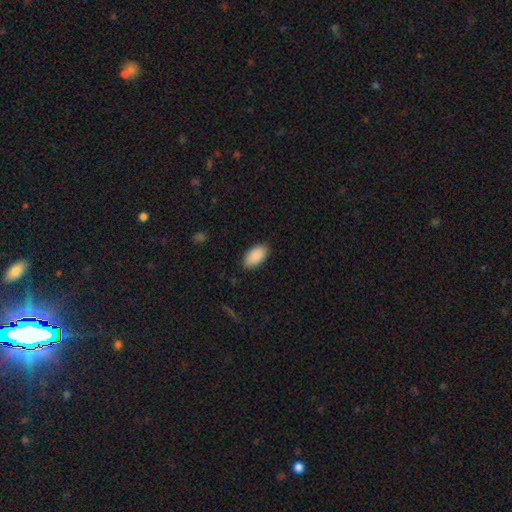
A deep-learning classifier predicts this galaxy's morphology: Smooth or featured: smooth — 90% (star or artifact — 6%)
How rounded: in between — 95% (round — 2%)
Merging: none — 86% (minor disturbance — 11%)